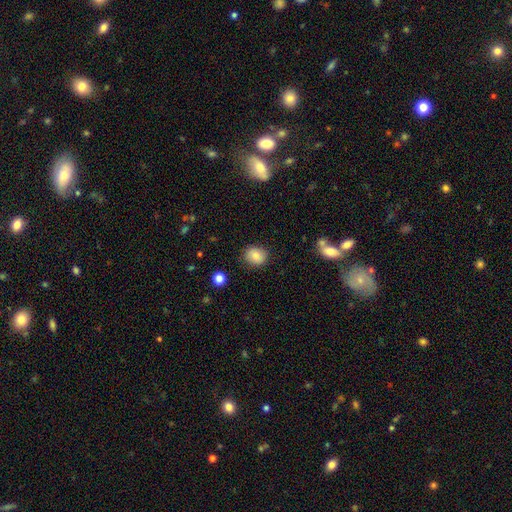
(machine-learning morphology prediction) smooth-or-featured: smooth: 83% | star or artifact: 9% | featured or disk: 7%
  how-rounded: round: 69% | in between: 30% | cigar-shaped: 1%
  merging: none: 85% | minor disturbance: 11% | major disturbance: 3% | merger: 2%